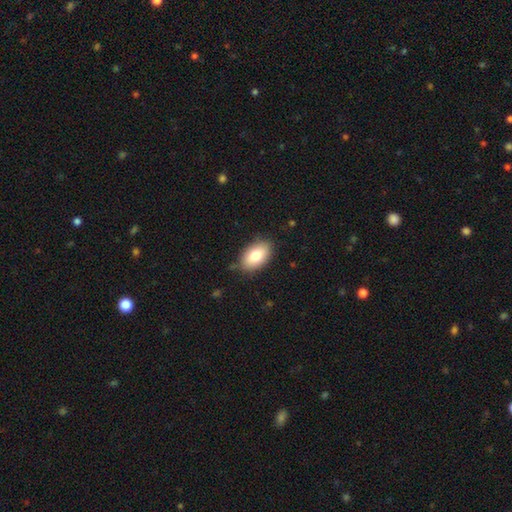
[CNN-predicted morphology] smooth_or_featured: smooth (p=0.80) [alt: featured or disk p=0.13]
how_rounded: in between (p=0.92) [alt: round p=0.07]
merging: none (p=0.83) [alt: minor disturbance p=0.13]